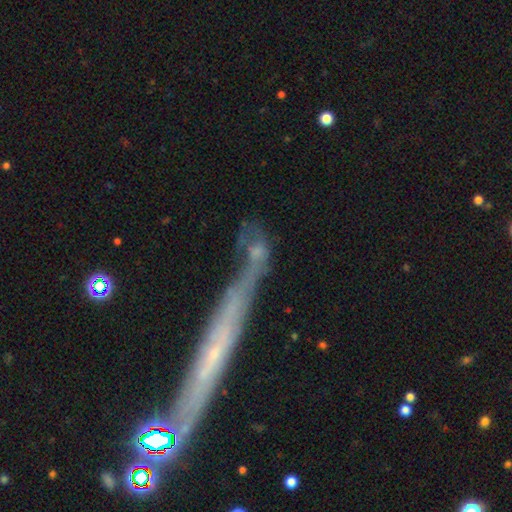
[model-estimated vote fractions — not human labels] Q: Smooth or featured?
A: featured or disk (45%); runner-up: smooth (39%)
Q: Merging?
A: none (43%); runner-up: merger (26%)